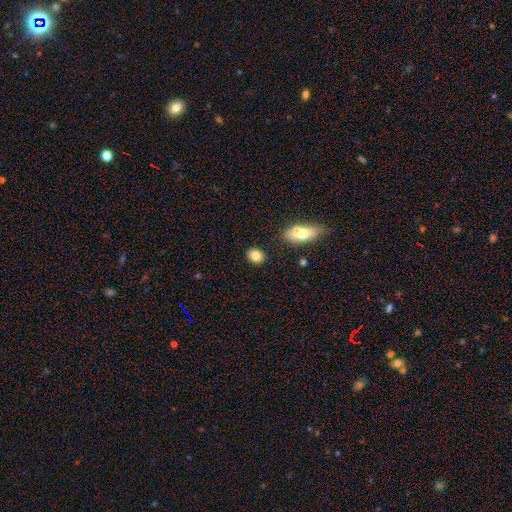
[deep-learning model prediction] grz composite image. It shows a smooth galaxy with no disk features (81%) that is round (56%). Merging: none (85%).